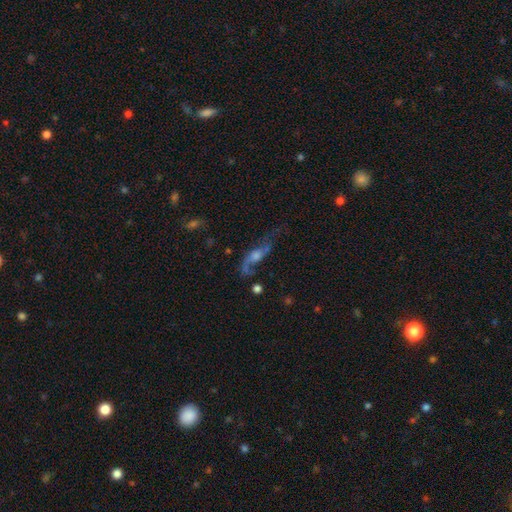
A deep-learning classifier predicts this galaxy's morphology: This appears to be a featured or disk galaxy (68%). Merging: none (46%).